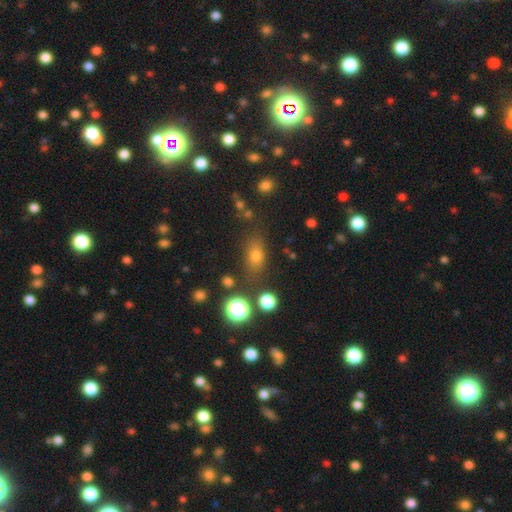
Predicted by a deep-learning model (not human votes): This is possibly a smooth galaxy (54%). How rounded: likely in between (63%). Merging: likely none (80%).